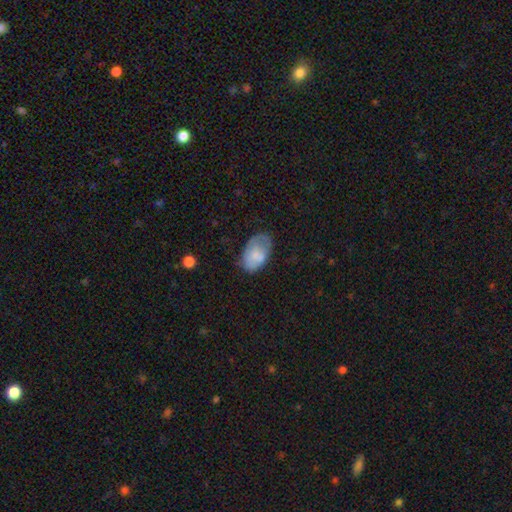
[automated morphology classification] The model was most divided on "merging": none: 50%, minor disturbance: 32%, major disturbance: 15%, merger: 4%. More confident: how rounded — in between (92%); smooth or featured — smooth (72%).